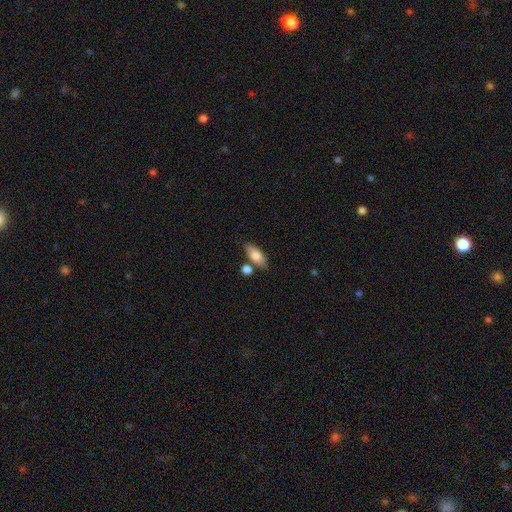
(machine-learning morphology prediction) Smooth or featured? Predicted: smooth (p=0.79). How rounded? Predicted: in between (p=0.84). Merging? Predicted: none (p=0.71).